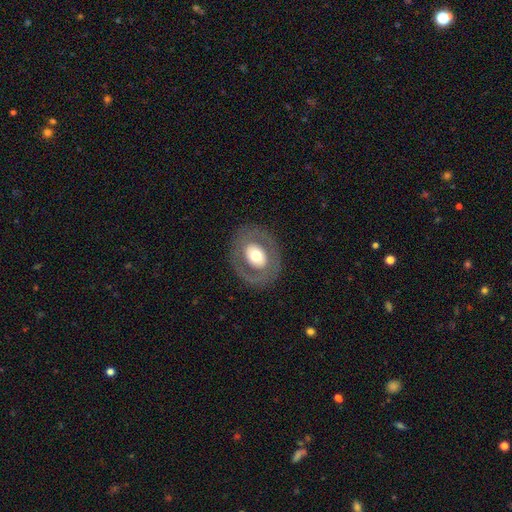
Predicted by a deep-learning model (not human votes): smooth_or_featured: featured or disk (p=0.50) [alt: smooth p=0.44]
merging: none (p=0.82) [alt: minor disturbance p=0.10]